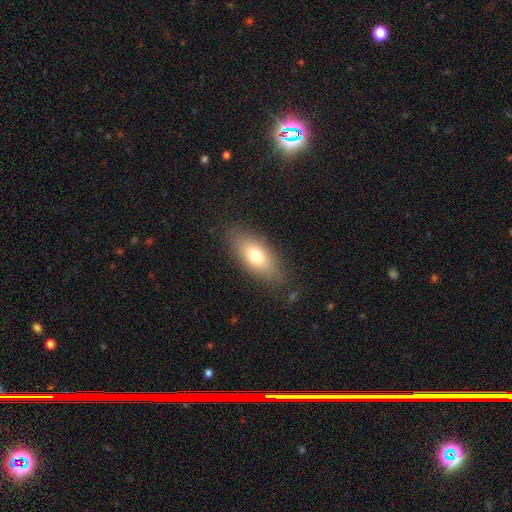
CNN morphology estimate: smooth_or_featured: smooth (p=0.72) [alt: featured or disk p=0.19]
how_rounded: in between (p=0.83) [alt: cigar-shaped p=0.12]
merging: none (p=0.82) [alt: minor disturbance p=0.13]